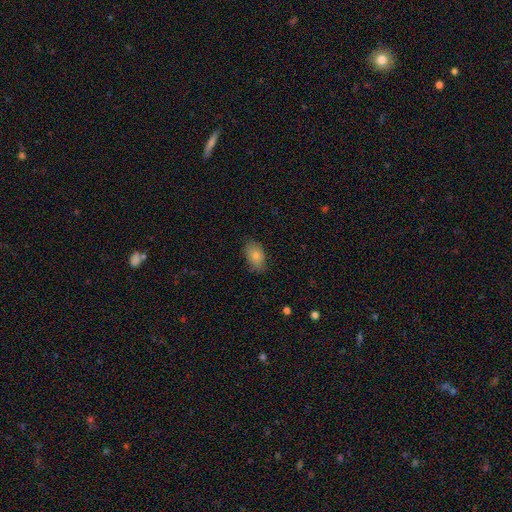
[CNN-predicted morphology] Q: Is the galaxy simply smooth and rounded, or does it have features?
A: smooth — 83%.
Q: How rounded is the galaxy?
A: in between — 91%.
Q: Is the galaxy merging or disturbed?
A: none — 76%.